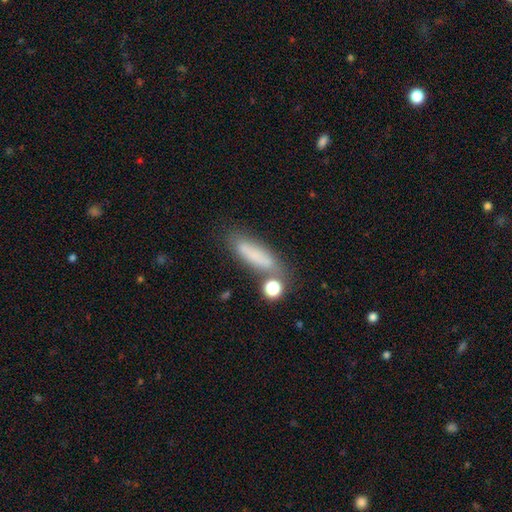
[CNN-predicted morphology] smooth-or-featured: smooth: 73% | featured or disk: 16% | star or artifact: 11%
  how-rounded: cigar-shaped: 62% | in between: 35% | round: 4%
  merging: none: 58% | minor disturbance: 20% | merger: 14% | major disturbance: 8%